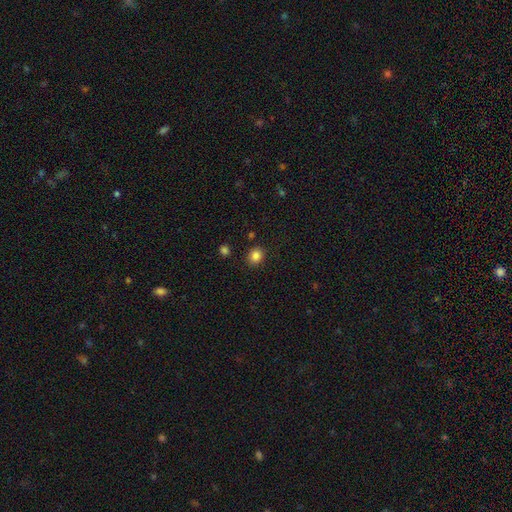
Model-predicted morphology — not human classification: smooth_or_featured: smooth (p=0.85) [alt: star or artifact p=0.11]
how_rounded: round (p=0.70) [alt: in between p=0.29]
merging: none (p=0.88) [alt: minor disturbance p=0.08]